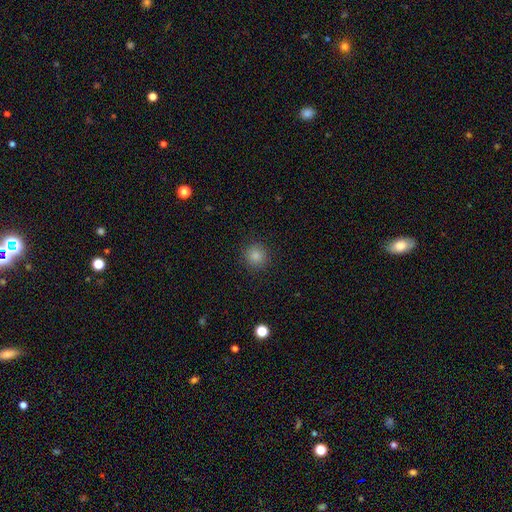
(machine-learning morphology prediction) smooth 84%, star or artifact 12%, featured or disk 4%. Down the decision tree: how rounded — round (93%); merging — none (91%).